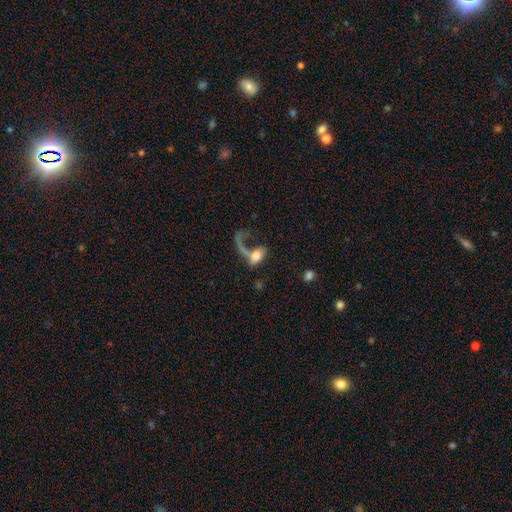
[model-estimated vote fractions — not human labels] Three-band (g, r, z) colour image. It shows a smooth galaxy with no disk features (49%). Merging: major disturbance (47%).